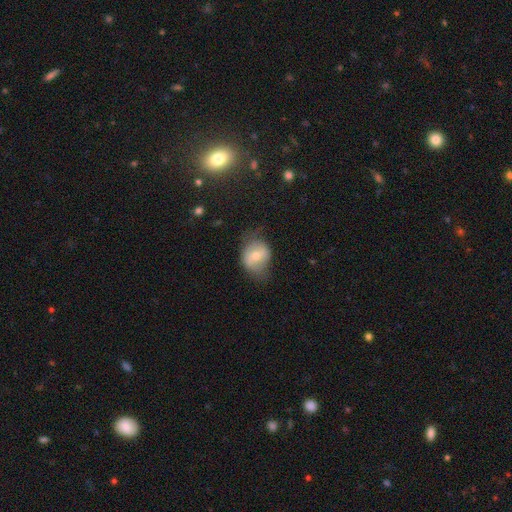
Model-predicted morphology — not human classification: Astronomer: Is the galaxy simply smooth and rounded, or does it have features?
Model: smooth — 57% (runner-up: featured or disk, 35%).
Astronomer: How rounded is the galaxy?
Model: round — 51% (runner-up: in between, 47%).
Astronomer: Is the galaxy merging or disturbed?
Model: none — 54%.